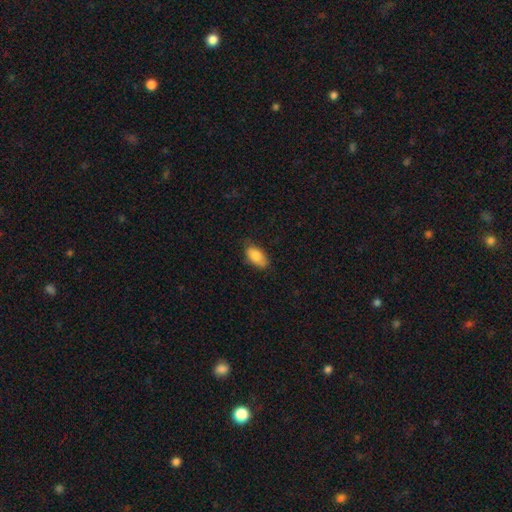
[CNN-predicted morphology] smooth-or-featured: smooth: 84% | featured or disk: 9% | star or artifact: 7%
  how-rounded: in between: 92% | cigar-shaped: 4% | round: 4%
  merging: none: 72% | minor disturbance: 23% | major disturbance: 4% | merger: 1%